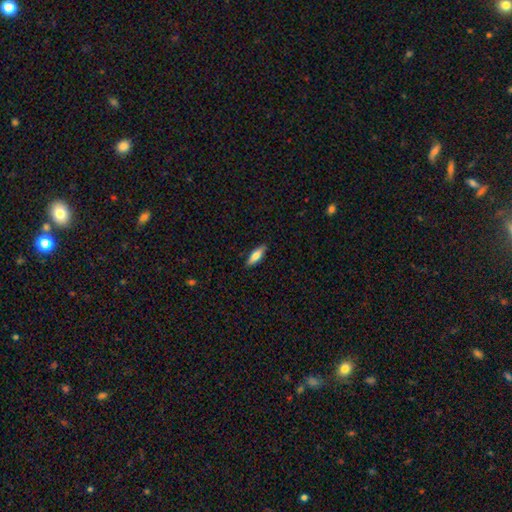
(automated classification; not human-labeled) A smooth galaxy with no disk features (73%) that is cigar-shaped (49%, tied with in between).

Vote fractions:
- Smooth or featured? smooth: 73% / featured or disk: 21% / star or artifact: 6%
- How rounded? cigar-shaped: 49% (tied) / in between: 49% (tied) / round: 2%
- Merging? none: 87% / minor disturbance: 10% / major disturbance: 2% / merger: 1%